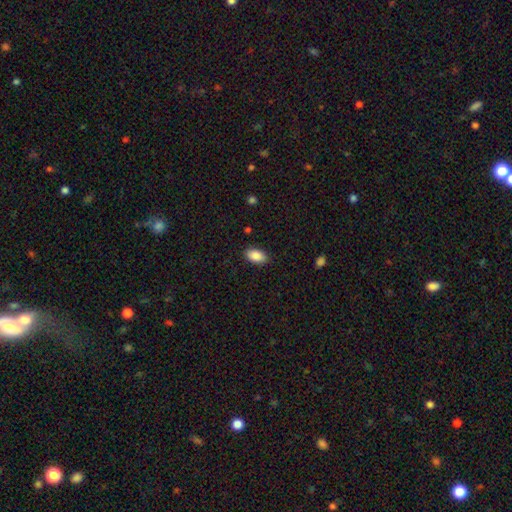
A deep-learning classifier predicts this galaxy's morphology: Smooth or featured: smooth — 88% (star or artifact — 7%)
How rounded: in between — 94% (round — 4%)
Merging: none — 87% (minor disturbance — 9%)